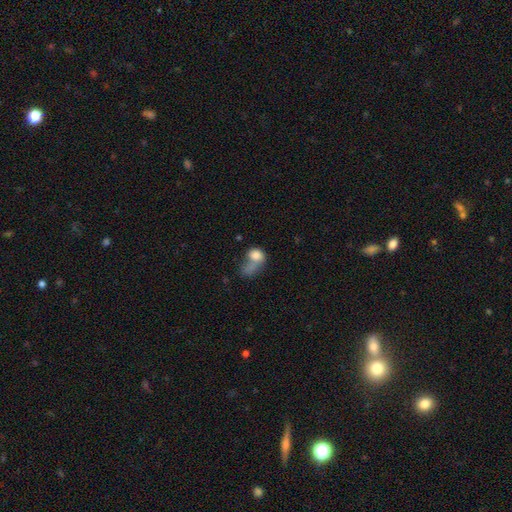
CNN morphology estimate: This appears to be a smooth galaxy with no disk features (76%) that is in between round and cigar-shaped (57%). Merging: merger (42%).